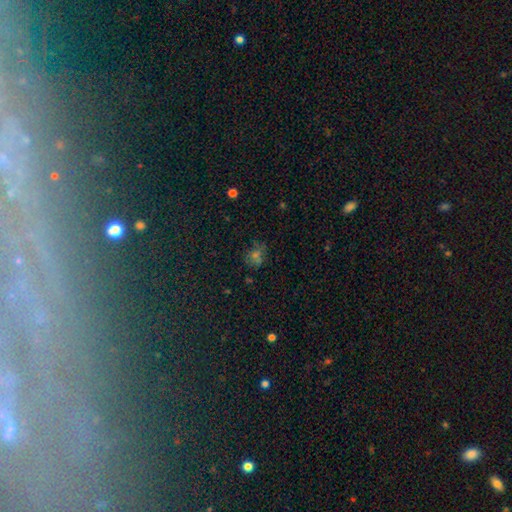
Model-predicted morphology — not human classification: Q: Smooth or featured?
A: smooth (43%); runner-up: star or artifact (41%)
Q: Merging?
A: none (66%); runner-up: minor disturbance (18%)